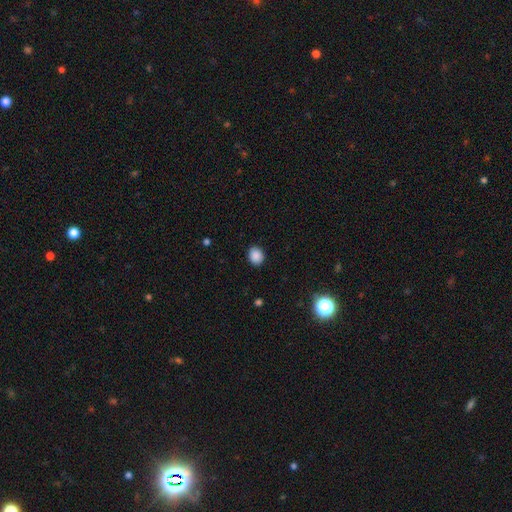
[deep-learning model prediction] The model was most divided on "how rounded": round: 63%, in between: 36%, cigar-shaped: 1%. More confident: merging — none (89%); smooth or featured — smooth (88%).